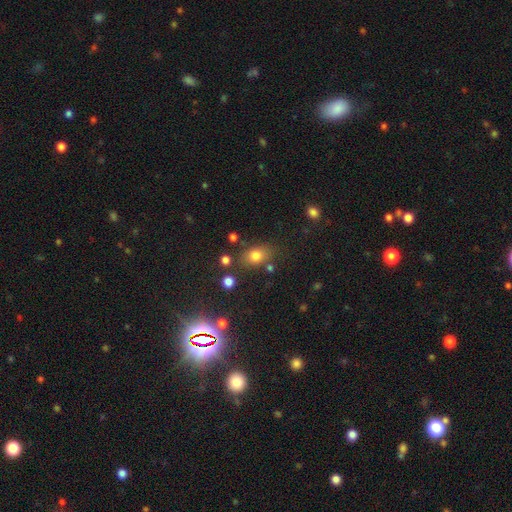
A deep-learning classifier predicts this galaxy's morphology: Q: Smooth or featured?
A: smooth (77%); runner-up: star or artifact (14%)
Q: How rounded?
A: in between (71%); runner-up: round (27%)
Q: Merging?
A: none (74%); runner-up: minor disturbance (14%)